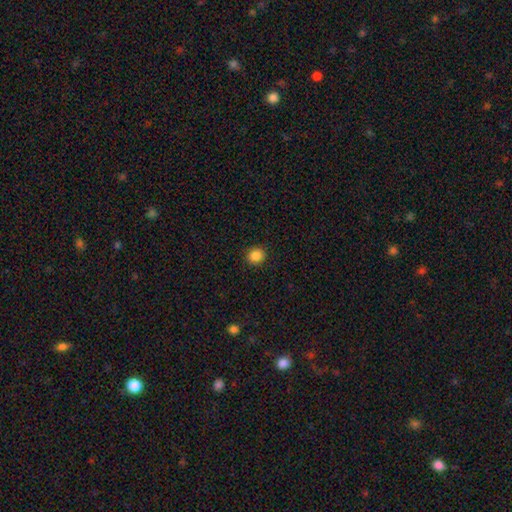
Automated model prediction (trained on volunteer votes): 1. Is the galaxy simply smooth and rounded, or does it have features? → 86% smooth, 10% star or artifact, 4% featured or disk.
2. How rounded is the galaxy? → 83% round, 16% in between, 1% cigar-shaped.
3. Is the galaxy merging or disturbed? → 91% none, 6% minor disturbance, 2% major disturbance, 1% merger.